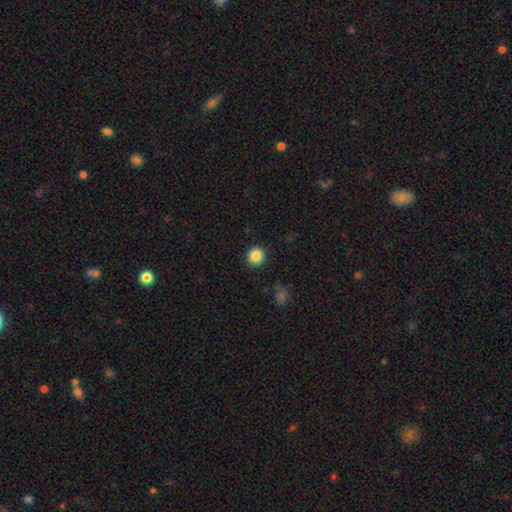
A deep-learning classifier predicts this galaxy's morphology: Smooth or featured: smooth — 87% (star or artifact — 10%)
How rounded: round — 91% (in between — 8%)
Merging: none — 91% (minor disturbance — 6%)